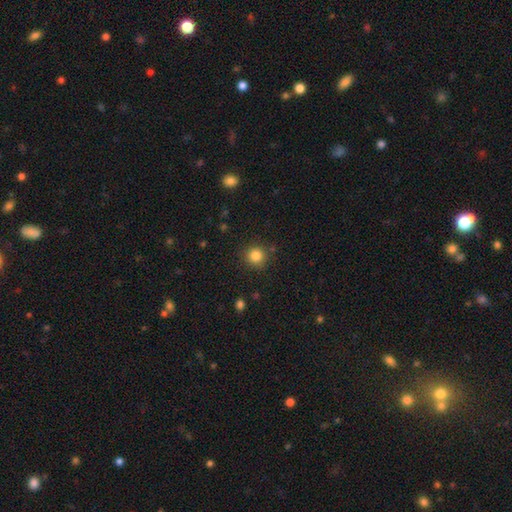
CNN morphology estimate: Smooth or featured: smooth — 84% (star or artifact — 12%)
How rounded: round — 92% (in between — 7%)
Merging: none — 87% (minor disturbance — 8%)